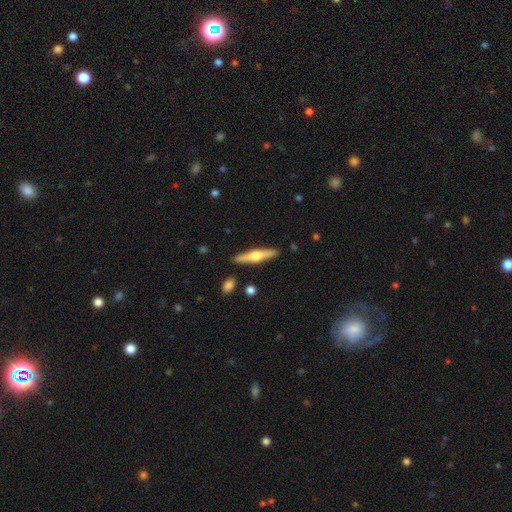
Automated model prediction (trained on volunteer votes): Smooth or featured? Predicted: featured or disk (p=0.61). Edge-on disk? Predicted: yes (p=0.96). Edge-on bulge? Predicted: rounded (p=0.93). Merging? Predicted: none (p=0.89).